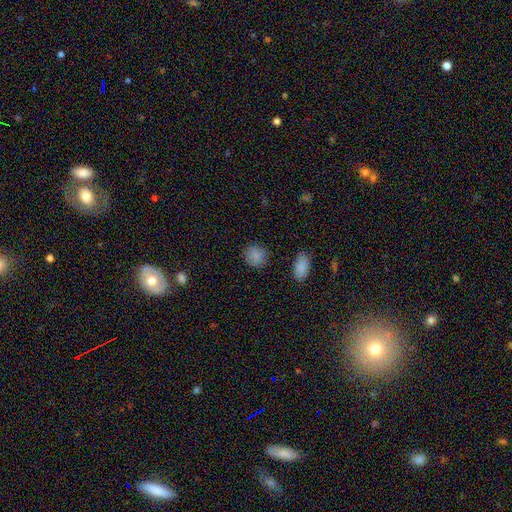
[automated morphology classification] This appears to be a smooth galaxy with no disk features (85%) that is round (85%). Merging: none (85%).